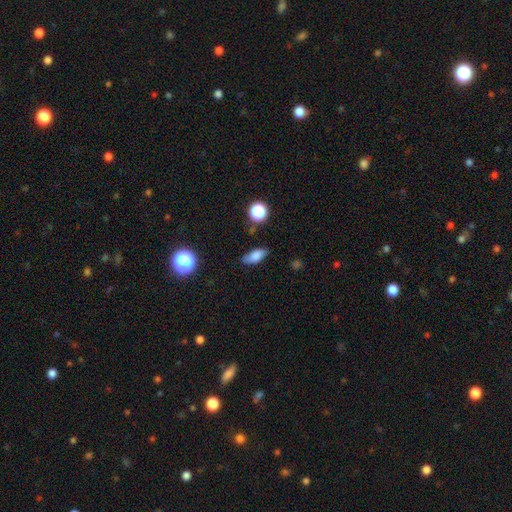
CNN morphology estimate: Smooth or featured?
  - smooth: 78% *
  - featured or disk: 12%
  - star or artifact: 10%
How rounded?
  - in between: 78% *
  - cigar-shaped: 15%
  - round: 7%
Merging?
  - none: 75% *
  - minor disturbance: 19%
  - major disturbance: 4%
  - merger: 2%